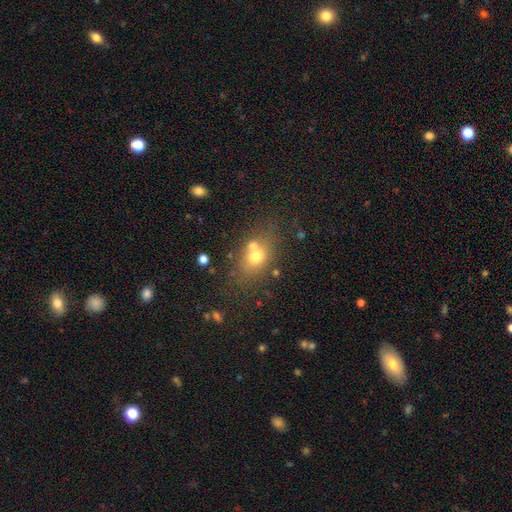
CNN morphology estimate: Smooth or featured? Predicted: smooth (p=0.67). How rounded? Predicted: in between (p=0.62). Merging? Predicted: none (p=0.53).